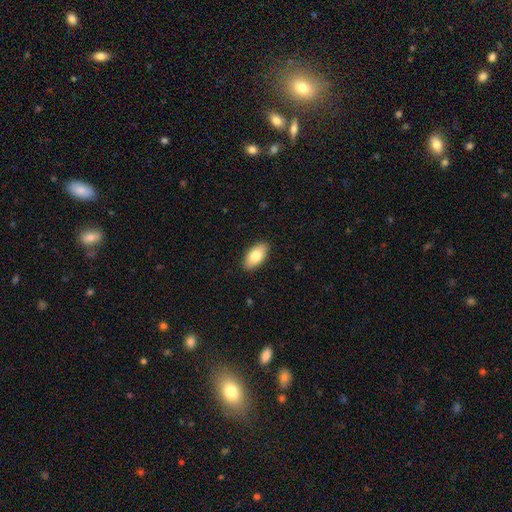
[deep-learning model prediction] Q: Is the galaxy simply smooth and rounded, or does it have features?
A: smooth — 80%.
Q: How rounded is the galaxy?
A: in between — 94%.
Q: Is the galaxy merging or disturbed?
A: none — 89%.